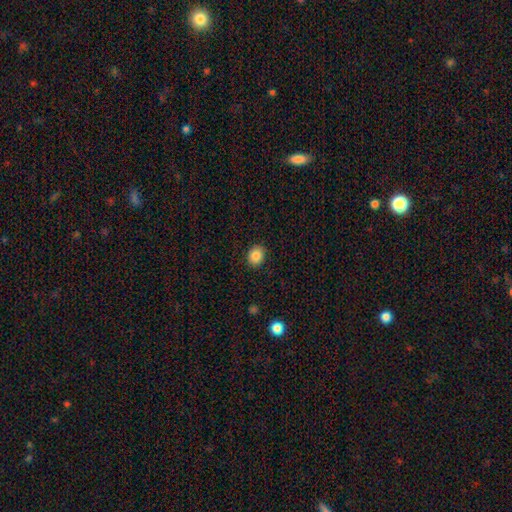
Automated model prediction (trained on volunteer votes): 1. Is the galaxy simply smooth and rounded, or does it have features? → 86% smooth, 9% star or artifact, 5% featured or disk.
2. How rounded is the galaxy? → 65% round, 34% in between, 1% cigar-shaped.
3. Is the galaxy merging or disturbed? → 89% none, 8% minor disturbance, 2% major disturbance, 1% merger.